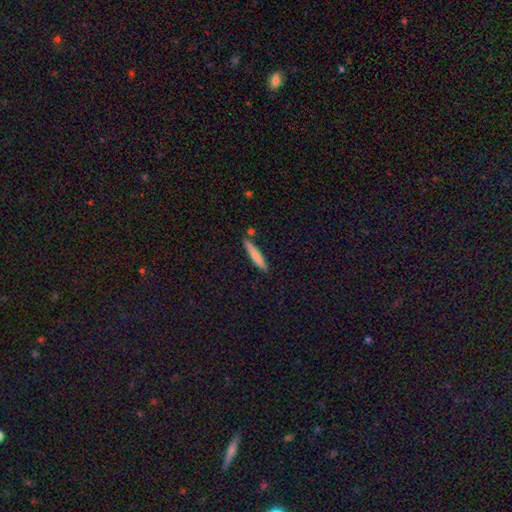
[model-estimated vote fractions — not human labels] This appears to be a smooth galaxy with no disk features (74%) that is cigar-shaped (93%). Merging: none (82%).